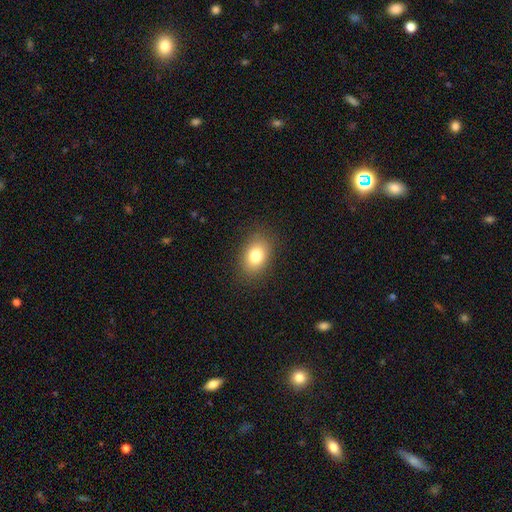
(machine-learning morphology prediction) Smooth or featured?
  - smooth: 80% *
  - featured or disk: 10%
  - star or artifact: 10%
How rounded?
  - in between: 76% *
  - round: 23%
  - cigar-shaped: 1%
Merging?
  - none: 87% *
  - minor disturbance: 9%
  - major disturbance: 3%
  - merger: 1%